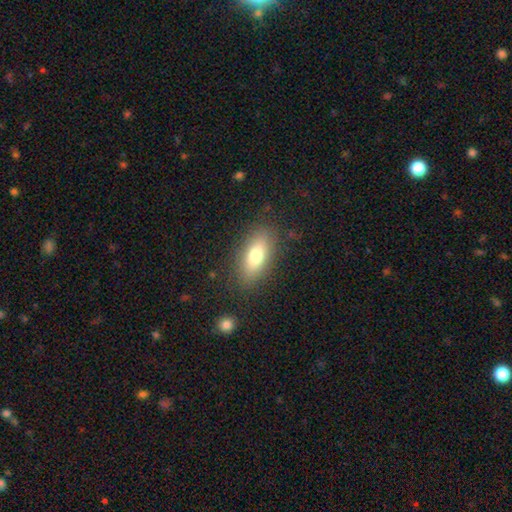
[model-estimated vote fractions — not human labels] Overall: smooth (74%). How rounded: in between (83%). Merging: none (84%).